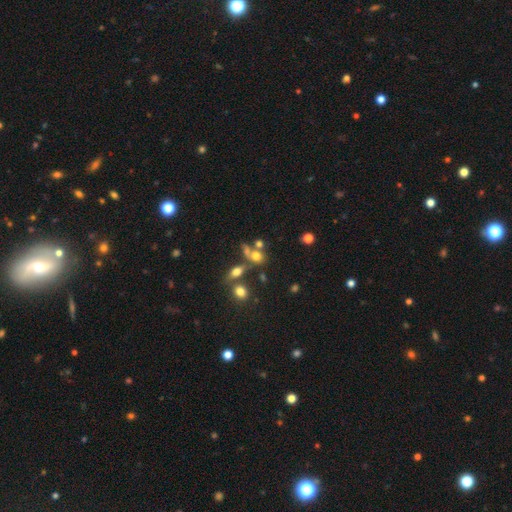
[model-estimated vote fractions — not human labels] A smooth galaxy with no disk features (65%) that is round (56%). Merging: none (40%).